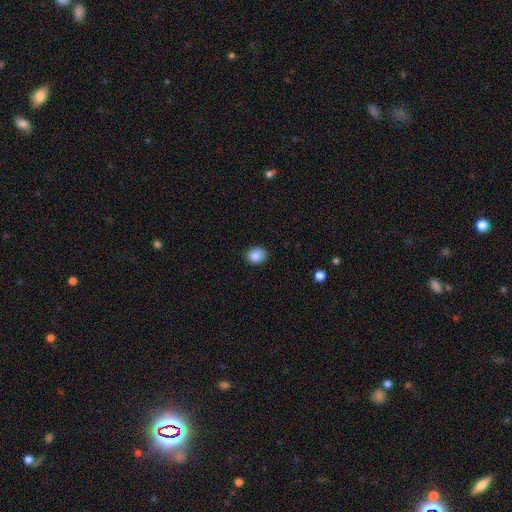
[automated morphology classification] The model was most divided on "how rounded": round: 58%, in between: 41%, cigar-shaped: 1%. More confident: smooth or featured — smooth (86%); merging — none (84%).